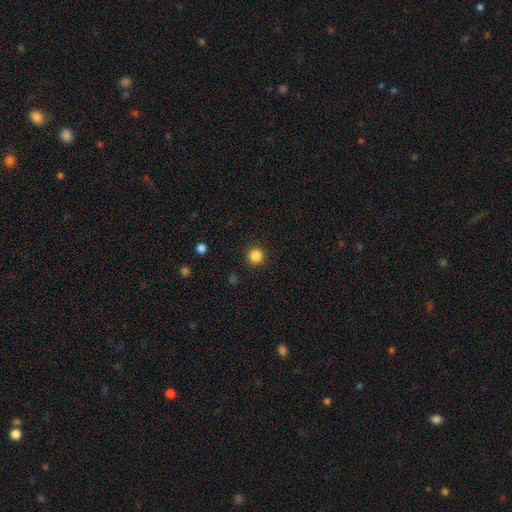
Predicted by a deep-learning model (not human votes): smooth_or_featured: smooth (p=0.86) [alt: star or artifact p=0.11]
how_rounded: round (p=0.94) [alt: in between p=0.05]
merging: none (p=0.91) [alt: minor disturbance p=0.05]